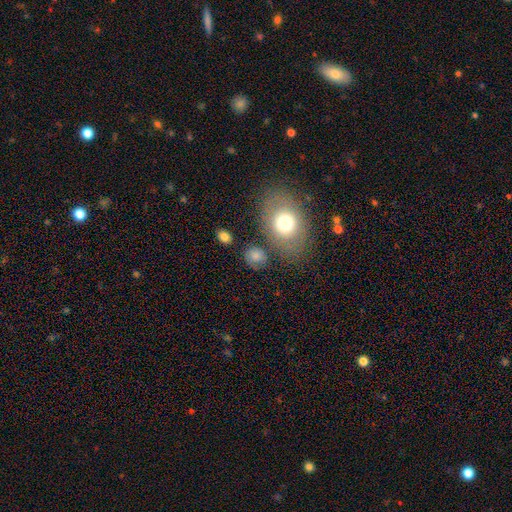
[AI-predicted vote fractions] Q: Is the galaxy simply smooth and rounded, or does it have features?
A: smooth — 75%.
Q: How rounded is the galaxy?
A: round — 62%.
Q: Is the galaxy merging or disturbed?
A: none — 72%.